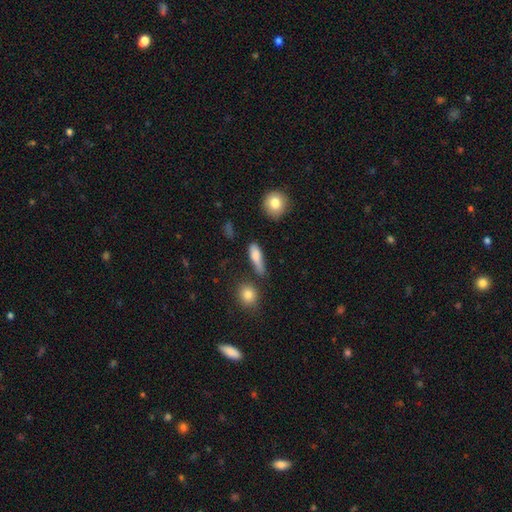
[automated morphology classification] smooth_or_featured: smooth (p=0.79) [alt: featured or disk p=0.13]
how_rounded: in between (p=0.49) [alt: cigar-shaped p=0.44]
merging: none (p=0.52) [alt: minor disturbance p=0.29]